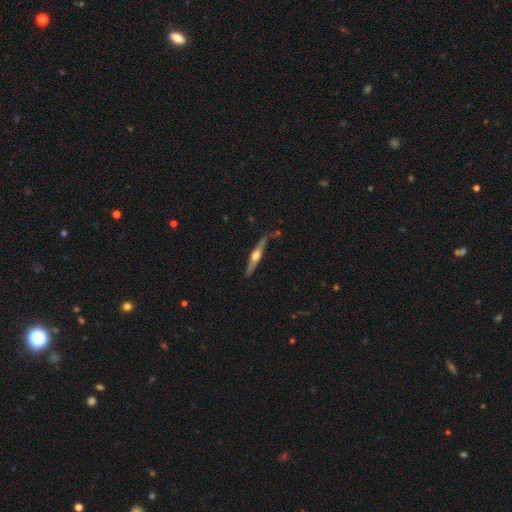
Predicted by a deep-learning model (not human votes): Overall: featured or disk (69%). Edge-on disk: yes (96%). Edge-on bulge: rounded (93%). Merging: none (72%).